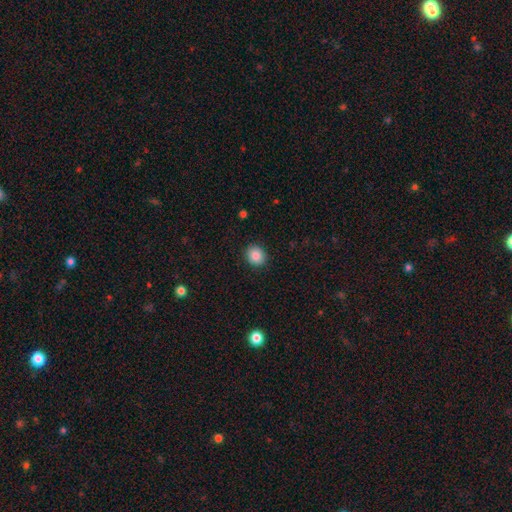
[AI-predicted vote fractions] smooth 87%, star or artifact 9%, featured or disk 4%. Down the decision tree: how rounded — round (76%); merging — none (90%).